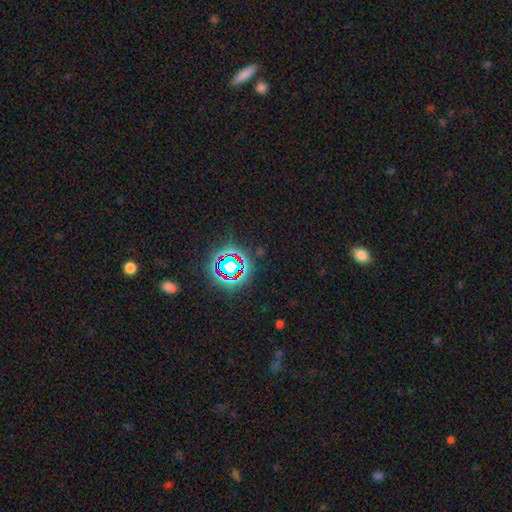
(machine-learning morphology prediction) Smooth or featured: star or artifact — 74% (smooth — 16%)